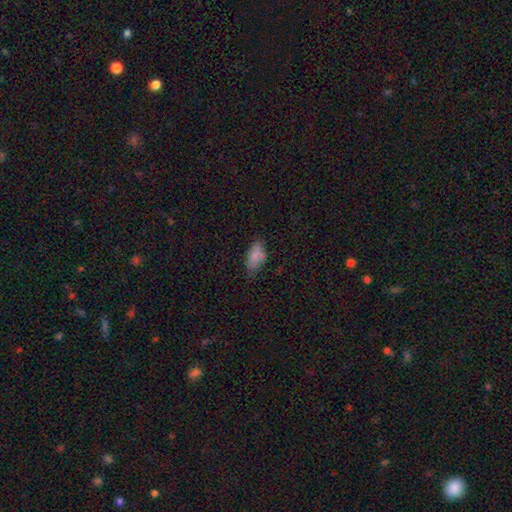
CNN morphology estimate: Smooth or featured: smooth — 78% (featured or disk — 12%)
How rounded: in between — 89% (cigar-shaped — 8%)
Merging: none — 56% (minor disturbance — 30%)